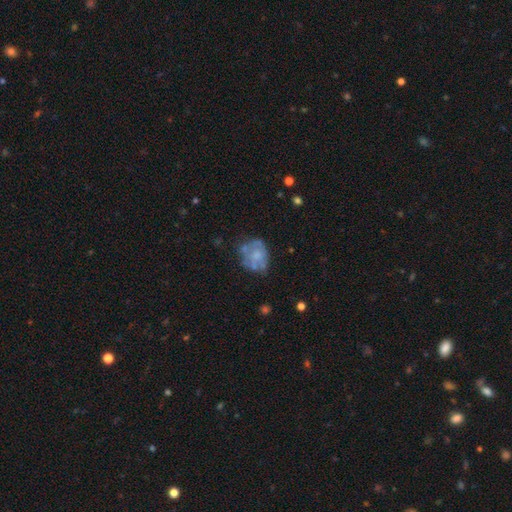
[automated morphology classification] smooth-or-featured: featured or disk: 52% | smooth: 39% | star or artifact: 9%
  disk-edge-on: no: 98% | yes: 2%
    bar: no: 89% | weak: 9% | strong: 2%
    has-spiral-arms: no: 82% | yes: 18%
    bulge-size: none: 41% | moderate: 31% | small: 18% | large: 8% | dominant: 2%
  merging: none: 49% | minor disturbance: 26% | major disturbance: 17% | merger: 7%